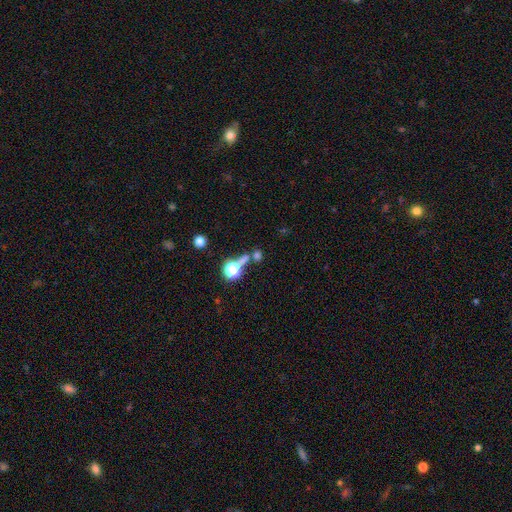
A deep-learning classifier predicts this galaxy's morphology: This appears to be a smooth galaxy with no disk features (46%). Merging: none (55%).